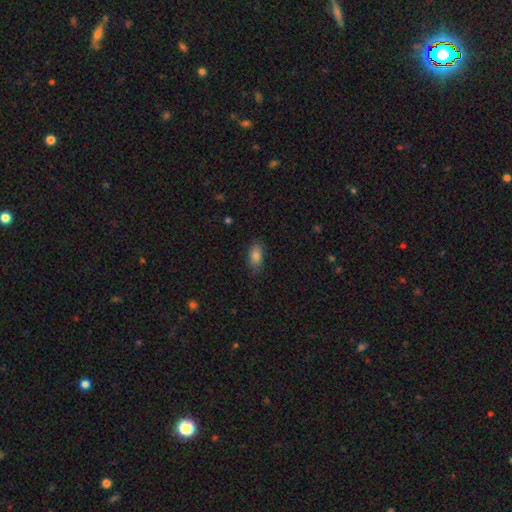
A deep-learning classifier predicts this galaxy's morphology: type=smooth (82%); roundness=in between (89%); merging=none (78%).